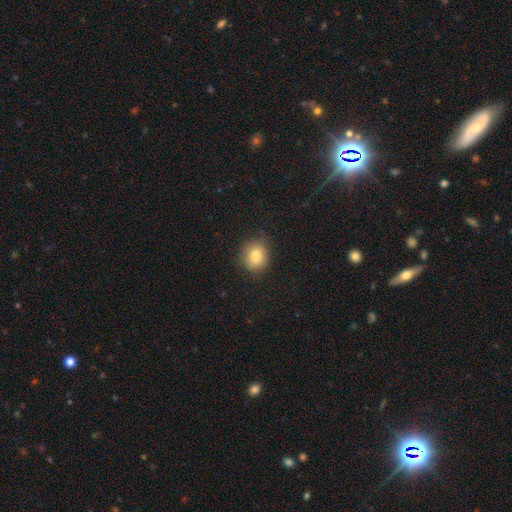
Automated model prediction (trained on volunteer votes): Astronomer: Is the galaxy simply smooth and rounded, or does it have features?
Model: smooth — 82%.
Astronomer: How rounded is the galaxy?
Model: round — 70%.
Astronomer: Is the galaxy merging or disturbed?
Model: none — 78%.